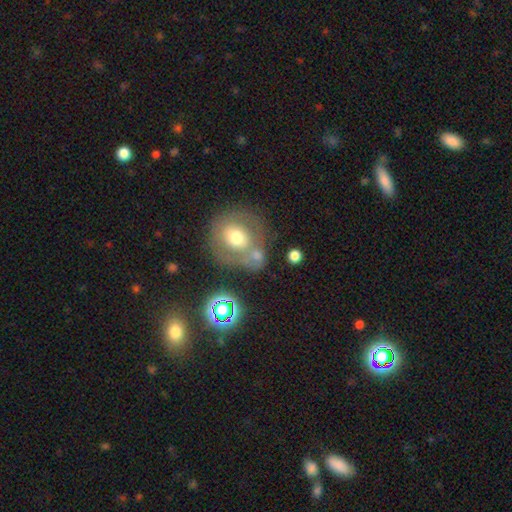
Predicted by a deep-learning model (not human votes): smooth 58%, featured or disk 27%, star or artifact 14%. Down the decision tree: how rounded — round (79%); merging — none (48%).